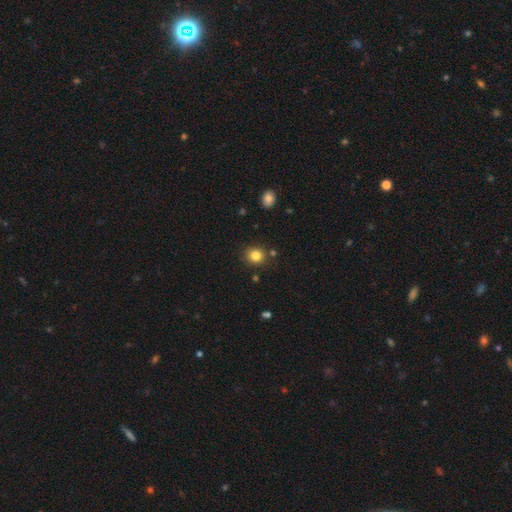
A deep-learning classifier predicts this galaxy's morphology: This appears to be a smooth galaxy with no disk features (83%) that is round (84%). Merging: none (85%).